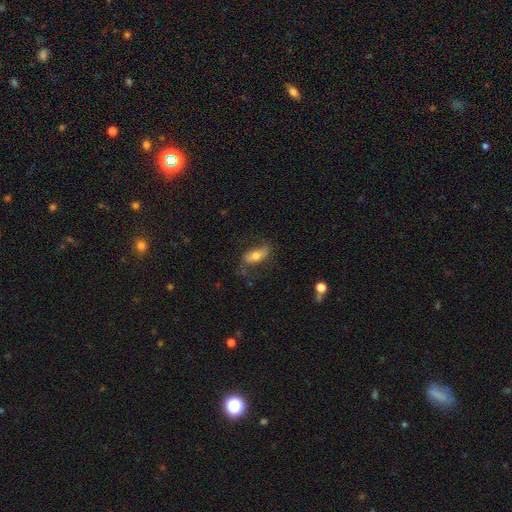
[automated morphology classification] A smooth galaxy with no disk features (47%). Merging: none (62%).